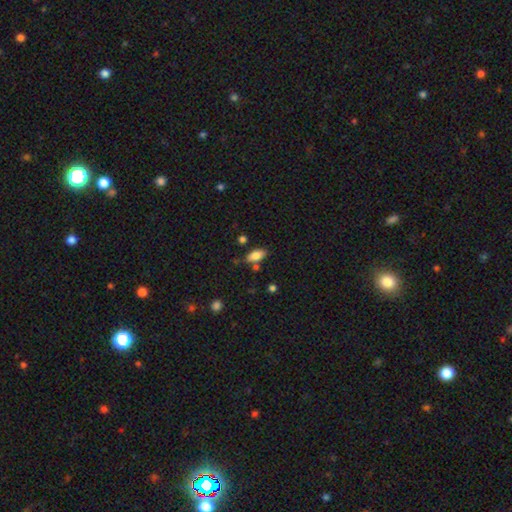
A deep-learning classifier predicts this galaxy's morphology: smooth 81%, featured or disk 11%, star or artifact 8%. Down the decision tree: how rounded — in between (86%); merging — none (75%).